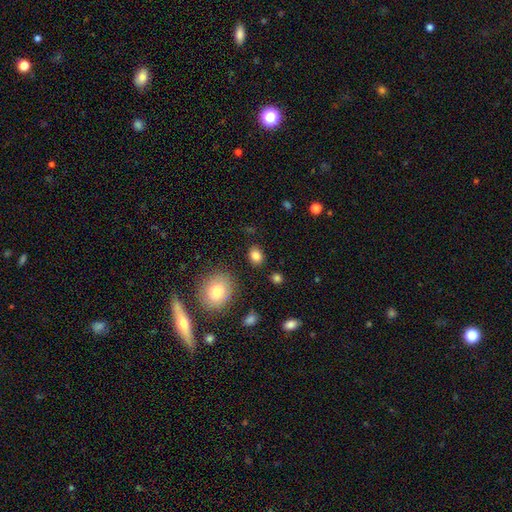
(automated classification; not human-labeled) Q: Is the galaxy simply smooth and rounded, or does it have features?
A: smooth — 84%.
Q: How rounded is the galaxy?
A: in between — 56%.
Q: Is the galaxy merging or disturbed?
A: none — 86%.